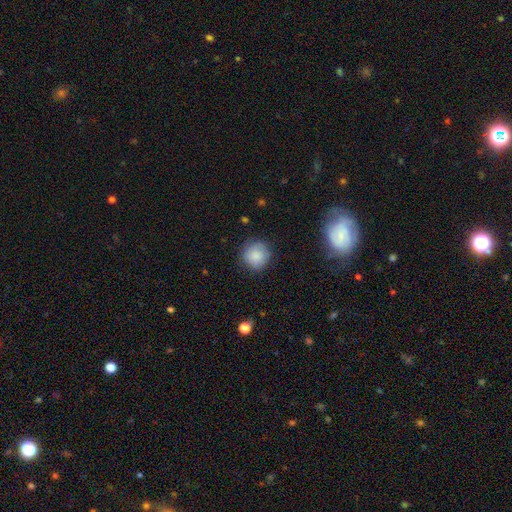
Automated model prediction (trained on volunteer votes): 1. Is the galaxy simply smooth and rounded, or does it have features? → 86% smooth, 8% star or artifact, 6% featured or disk.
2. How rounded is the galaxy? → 92% round, 7% in between, 1% cigar-shaped.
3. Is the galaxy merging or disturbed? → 84% none, 12% minor disturbance, 3% major disturbance, 1% merger.